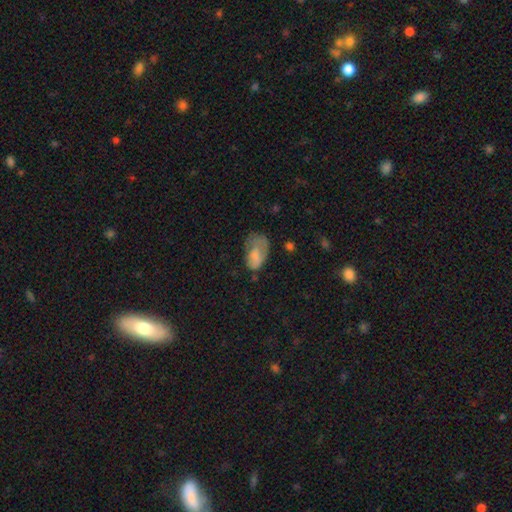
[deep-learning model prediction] A smooth galaxy with no disk features (69%) that is in between round and cigar-shaped (91%).

Vote fractions:
- Smooth or featured? smooth: 69% / featured or disk: 23% / star or artifact: 8%
- How rounded? in between: 91% / round: 7% / cigar-shaped: 2%
- Merging? major disturbance: 34% (tied) / minor disturbance: 34% (tied) / none: 29% / merger: 3%